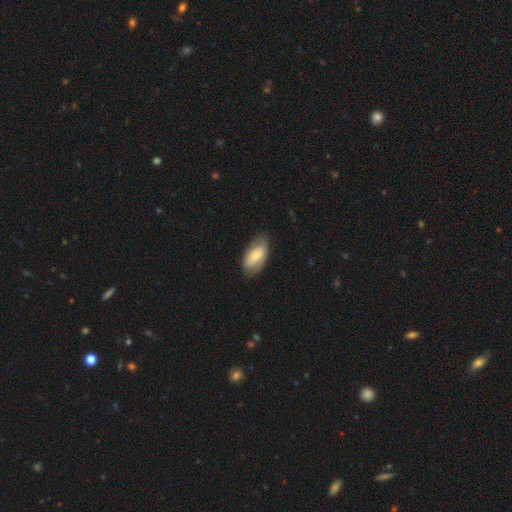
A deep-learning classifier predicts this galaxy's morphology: smooth-or-featured: smooth: 60% | featured or disk: 34% | star or artifact: 6%
  how-rounded: in between: 92% | round: 4% | cigar-shaped: 4%
  merging: none: 75% | minor disturbance: 19% | major disturbance: 5% | merger: 1%